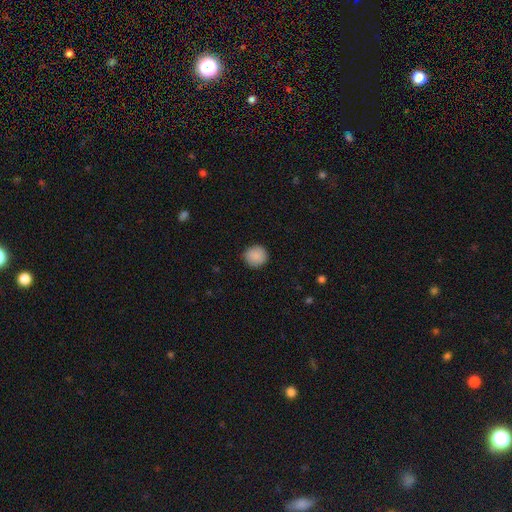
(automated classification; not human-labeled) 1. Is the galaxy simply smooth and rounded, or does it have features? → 88% smooth, 7% star or artifact, 5% featured or disk.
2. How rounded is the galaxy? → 93% round, 6% in between, 1% cigar-shaped.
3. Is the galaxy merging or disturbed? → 89% none, 8% minor disturbance, 2% major disturbance, 1% merger.